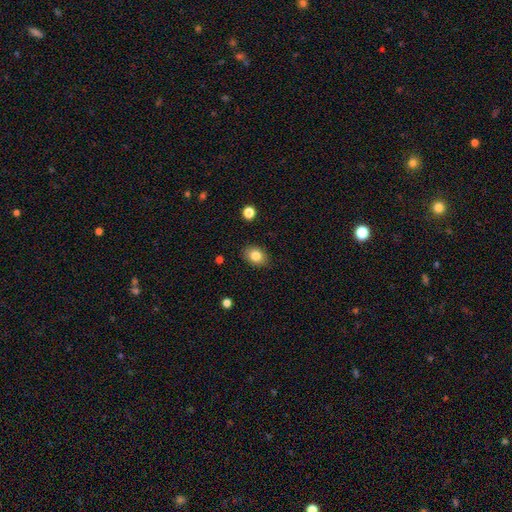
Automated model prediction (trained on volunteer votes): Q: Smooth or featured?
A: smooth (83%); runner-up: star or artifact (9%)
Q: How rounded?
A: in between (69%); runner-up: round (30%)
Q: Merging?
A: none (87%); runner-up: minor disturbance (10%)